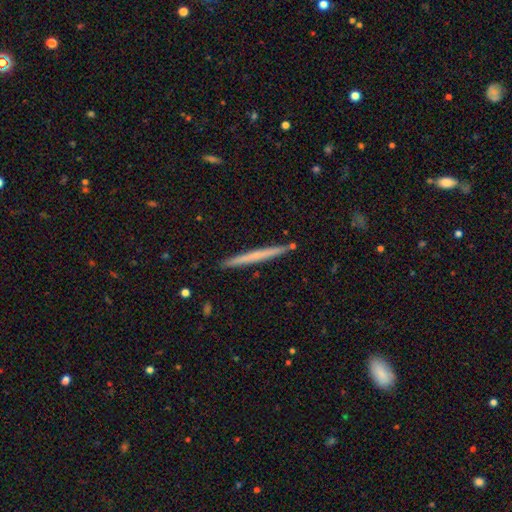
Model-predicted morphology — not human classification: smooth 53%, featured or disk 41%, star or artifact 6%. Down the decision tree: how rounded — cigar-shaped (97%); merging — none (92%).